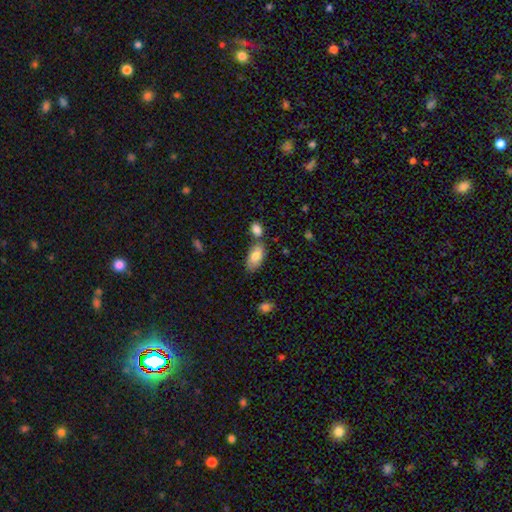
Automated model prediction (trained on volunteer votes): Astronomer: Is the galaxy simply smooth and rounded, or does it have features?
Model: smooth — 76%.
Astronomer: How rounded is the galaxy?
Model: in between — 93%.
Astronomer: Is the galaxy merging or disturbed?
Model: none — 56%.